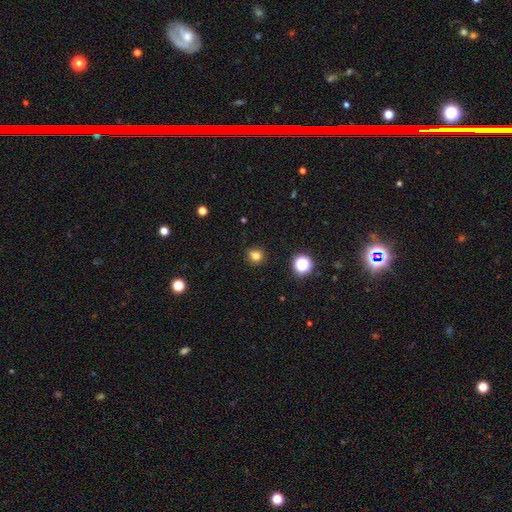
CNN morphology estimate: Overall: smooth (79%). How rounded: round (82%). Merging: none (84%).